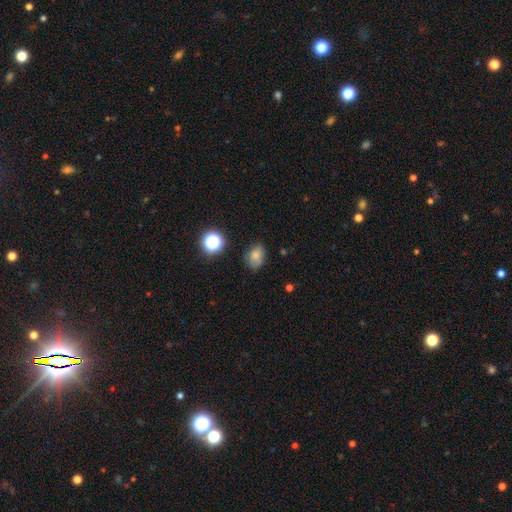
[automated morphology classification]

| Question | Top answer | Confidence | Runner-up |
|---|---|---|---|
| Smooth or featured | smooth | 73% | star or artifact (14%) |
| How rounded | in between | 71% | round (28%) |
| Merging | none | 63% | minor disturbance (26%) |